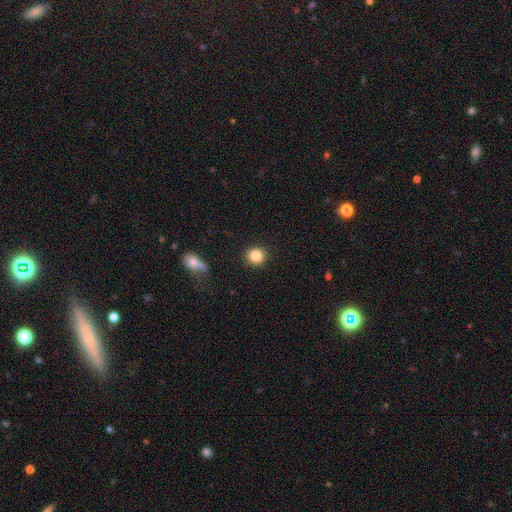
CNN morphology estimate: This appears to be a smooth galaxy with no disk features (85%) that is round (89%). Merging: none (89%).